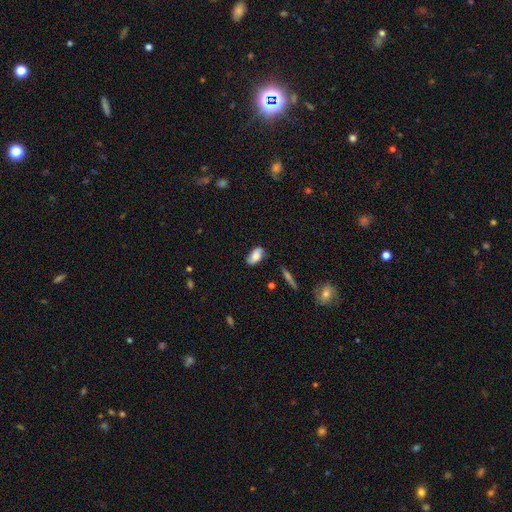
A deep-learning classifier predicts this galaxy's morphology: This appears to be a smooth galaxy with no disk features (77%) that is in between round and cigar-shaped (93%). Merging: none (72%).